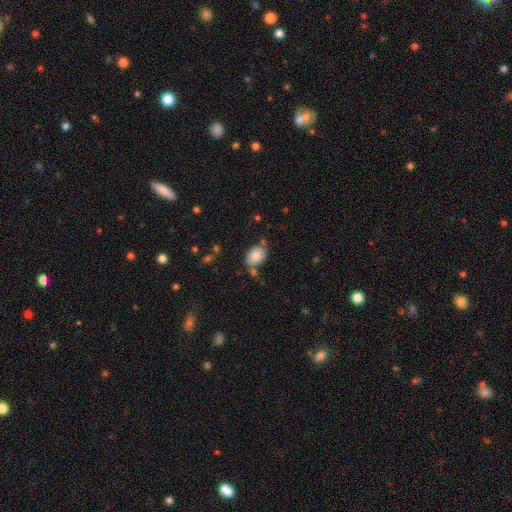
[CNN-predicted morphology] Smooth or featured: smooth — 84% (featured or disk — 8%)
How rounded: in between — 73% (round — 26%)
Merging: none — 65% (minor disturbance — 18%)